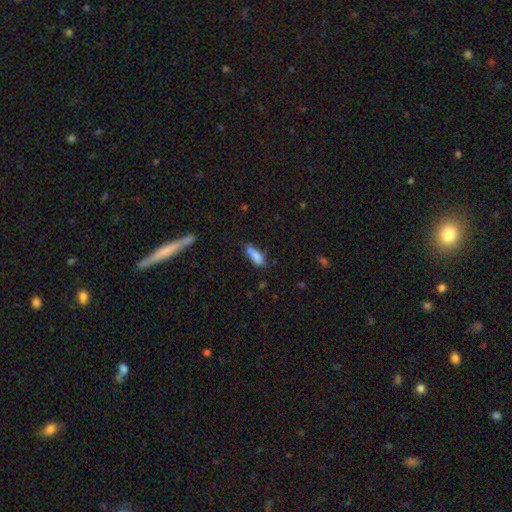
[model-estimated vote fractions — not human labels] A smooth galaxy with no disk features (83%) that is in between round and cigar-shaped (64%). Merging: none (52%).